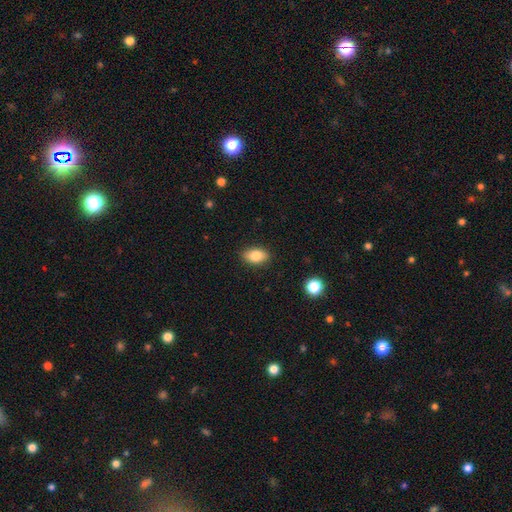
Overall: smooth (87%). How rounded: in between (88%). Merging: none (84%).